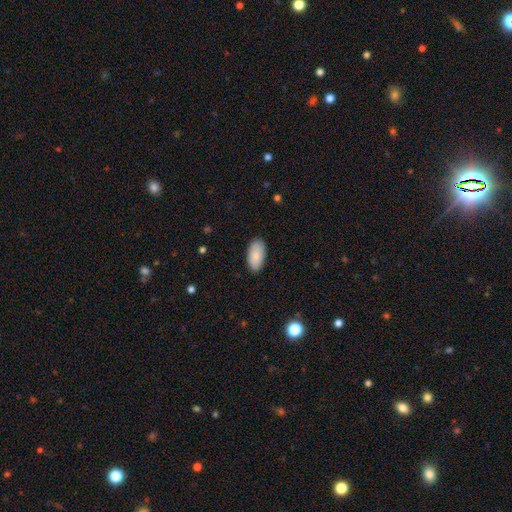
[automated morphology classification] Smooth or featured?
  - smooth: 88% *
  - star or artifact: 6%
  - featured or disk: 6%
How rounded?
  - in between: 95% *
  - cigar-shaped: 3%
  - round: 2%
Merging?
  - none: 87% *
  - minor disturbance: 10%
  - major disturbance: 2%
  - merger: 1%